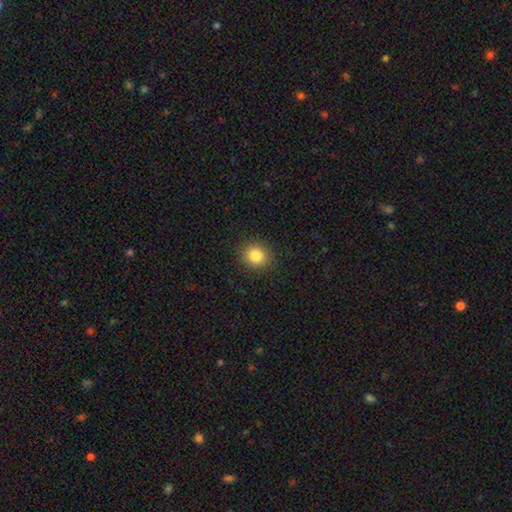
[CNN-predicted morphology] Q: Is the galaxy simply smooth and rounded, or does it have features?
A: smooth — 83%.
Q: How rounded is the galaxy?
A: round — 84%.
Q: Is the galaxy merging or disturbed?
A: none — 90%.